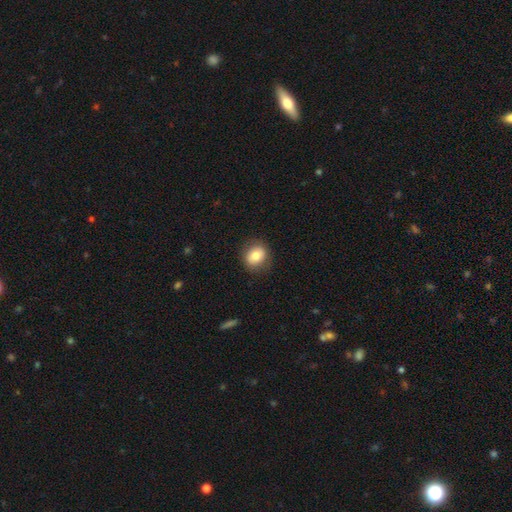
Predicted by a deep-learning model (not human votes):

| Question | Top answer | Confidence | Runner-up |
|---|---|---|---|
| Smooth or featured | smooth | 78% | featured or disk (13%) |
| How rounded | round | 61% | in between (38%) |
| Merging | none | 85% | minor disturbance (11%) |